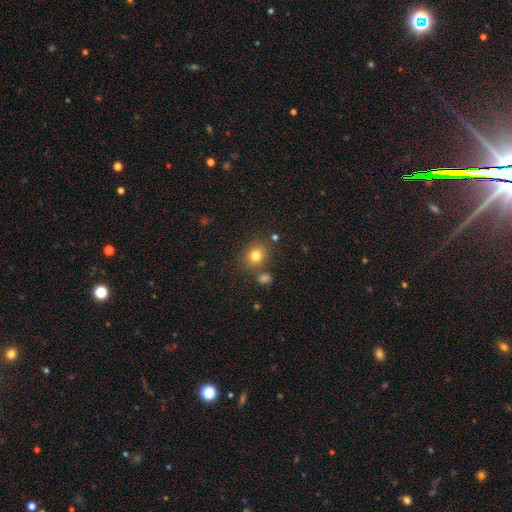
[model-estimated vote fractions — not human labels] smooth_or_featured: smooth (p=0.79) [alt: star or artifact p=0.13]
how_rounded: round (p=0.80) [alt: in between p=0.19]
merging: none (p=0.77) [alt: minor disturbance p=0.10]